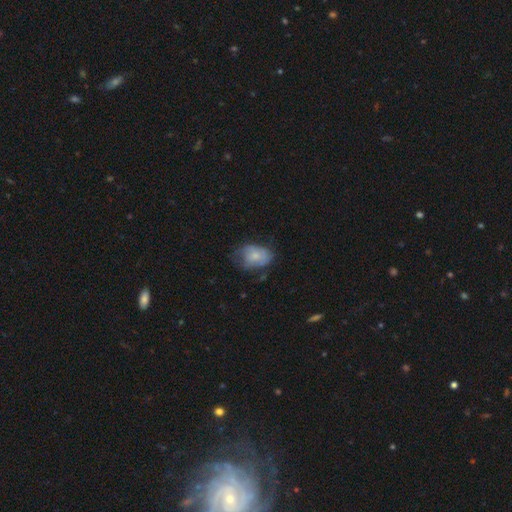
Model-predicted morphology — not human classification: Smooth or featured?
  - smooth: 65% *
  - featured or disk: 27%
  - star or artifact: 8%
How rounded?
  - in between: 75% *
  - round: 24%
  - cigar-shaped: 1%
Merging?
  - none: 41% *
  - minor disturbance: 36%
  - major disturbance: 20%
  - merger: 2%